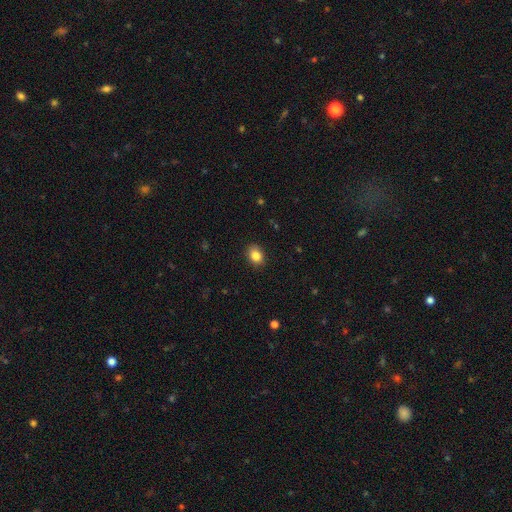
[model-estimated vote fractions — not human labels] Morphology: type=smooth (85%); roundness=in between (60%); merging=none (88%).